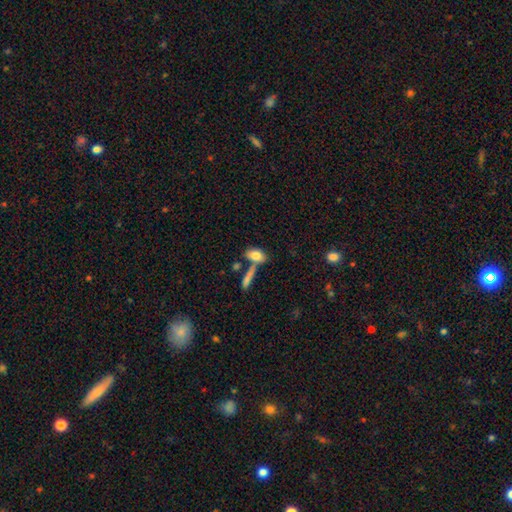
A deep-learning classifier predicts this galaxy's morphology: This is likely a smooth galaxy (79%). How rounded: clearly in between (83%). Merging: possibly none (49%).